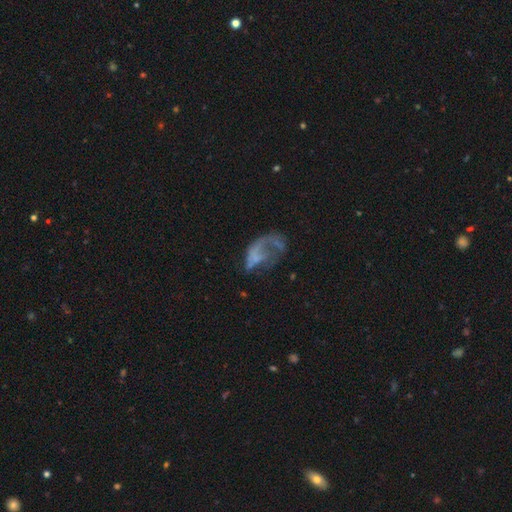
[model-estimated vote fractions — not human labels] Morphology: type=featured or disk (58%); edge-on=no (98%); bar=no (85%); spiral arms=no (68%); bulge=none (70%); merging=major disturbance (52%).